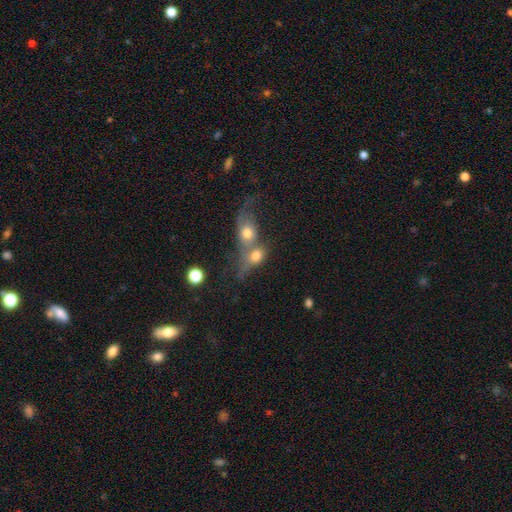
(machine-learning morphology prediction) smooth 70%, featured or disk 19%, star or artifact 11%. Down the decision tree: how rounded — in between (57%); merging — merger (70%).